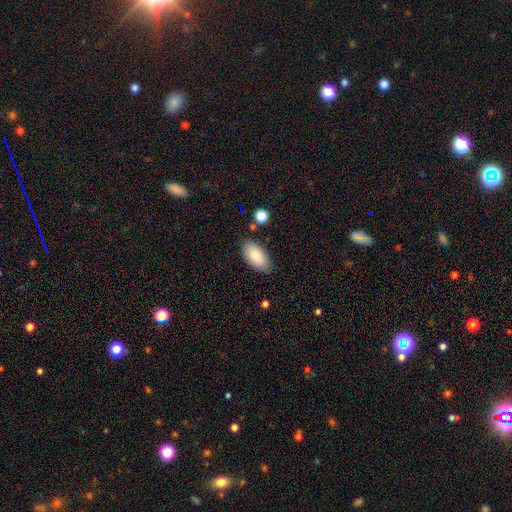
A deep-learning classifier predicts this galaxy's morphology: smooth_or_featured: smooth (p=0.84) [alt: featured or disk p=0.10]
how_rounded: in between (p=0.93) [alt: cigar-shaped p=0.05]
merging: none (p=0.83) [alt: minor disturbance p=0.12]